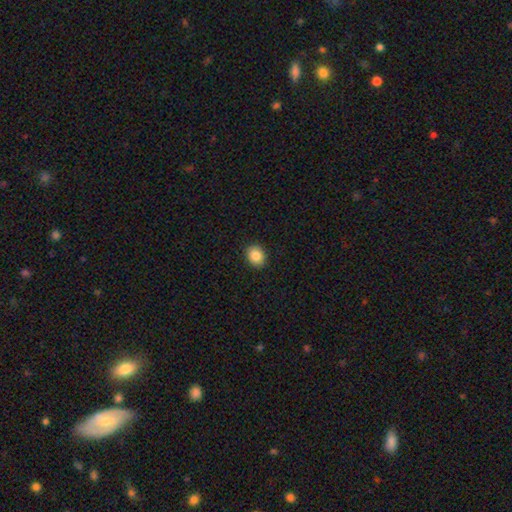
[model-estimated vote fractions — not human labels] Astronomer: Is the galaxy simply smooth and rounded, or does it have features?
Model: smooth — 86%.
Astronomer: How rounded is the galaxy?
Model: round — 62%.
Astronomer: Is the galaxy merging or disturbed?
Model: none — 91%.